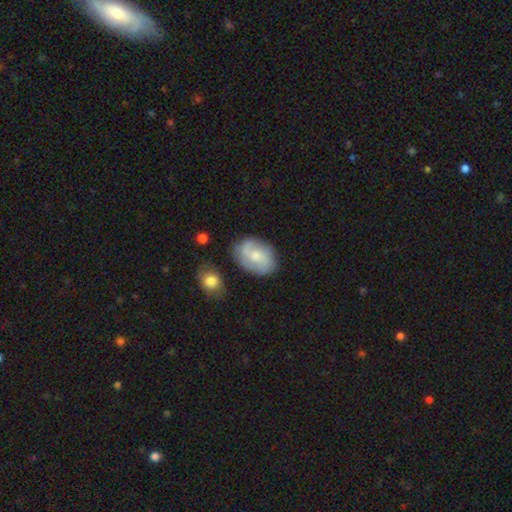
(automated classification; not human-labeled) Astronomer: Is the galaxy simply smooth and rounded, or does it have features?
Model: featured or disk — 61%.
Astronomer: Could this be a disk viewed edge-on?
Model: no — 97%.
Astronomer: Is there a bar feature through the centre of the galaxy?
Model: no — 61%.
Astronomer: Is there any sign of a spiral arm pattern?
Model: yes — 88%.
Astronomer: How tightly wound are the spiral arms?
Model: medium — 45% (runner-up: tight, 31%).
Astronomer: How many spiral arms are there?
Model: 2 — 55%.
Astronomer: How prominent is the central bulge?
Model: moderate — 48% (runner-up: small, 43%).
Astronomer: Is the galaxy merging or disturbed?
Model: none — 70%.